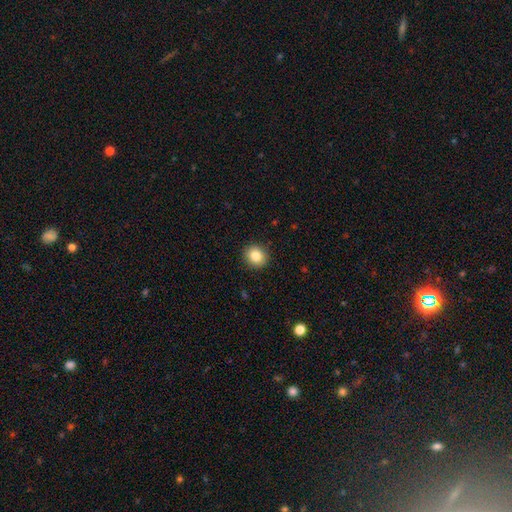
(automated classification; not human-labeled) Smooth or featured? smooth (85%)
How rounded? round (85%)
Merging? none (91%)